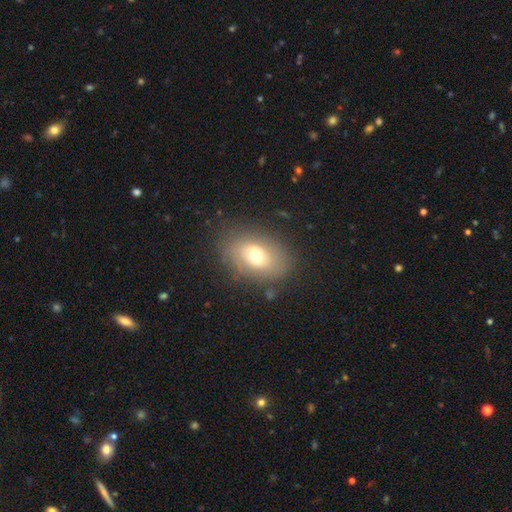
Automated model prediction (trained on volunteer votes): Overall: smooth (63%; featured or disk 26%). How rounded: in between (79%). Merging: none (79%).